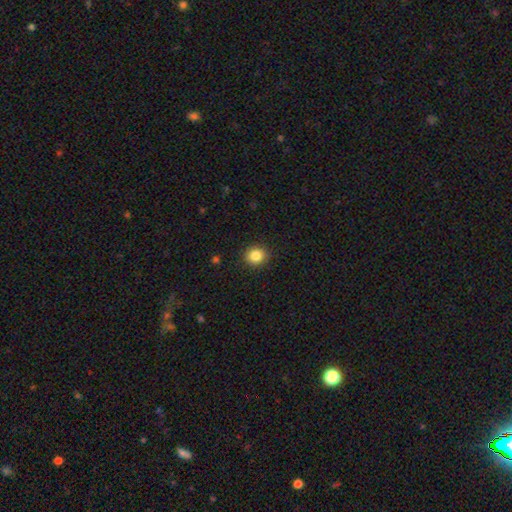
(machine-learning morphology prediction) This is clearly a smooth galaxy (85%). How rounded: clearly round (81%). Merging: clearly none (91%).